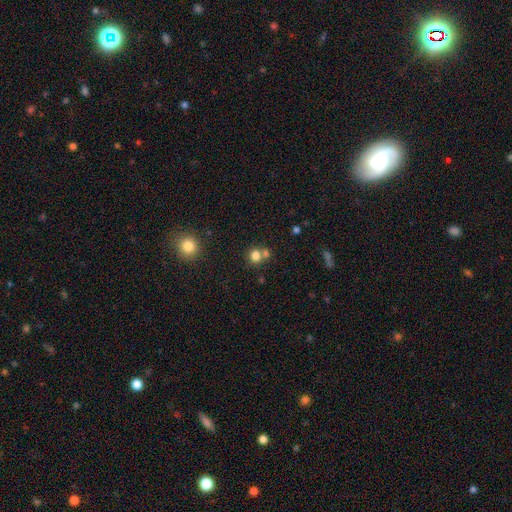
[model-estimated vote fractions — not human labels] smooth 79%, star or artifact 13%, featured or disk 8%. Down the decision tree: how rounded — round (82%); merging — none (55%).